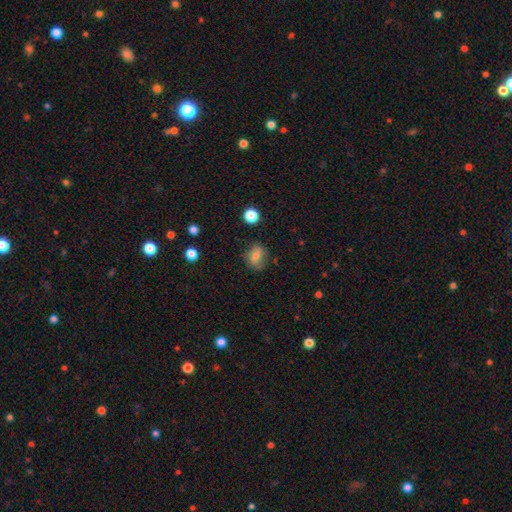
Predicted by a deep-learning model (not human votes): This is likely a smooth galaxy (69%). How rounded: possibly in between (53%). Merging: likely none (67%).